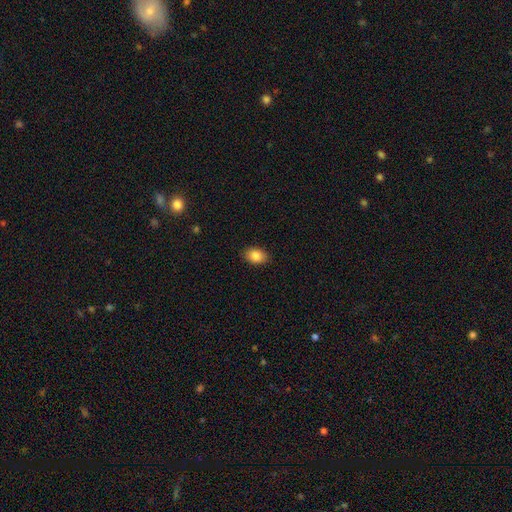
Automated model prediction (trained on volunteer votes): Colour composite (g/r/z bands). It shows a smooth galaxy with no disk features (86%) that is in between round and cigar-shaped (81%). Merging: none (88%).